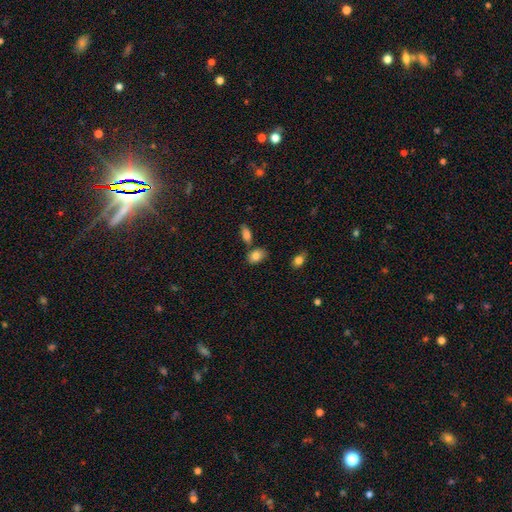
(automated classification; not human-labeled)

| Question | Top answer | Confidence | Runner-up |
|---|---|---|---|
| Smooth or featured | smooth | 83% | star or artifact (9%) |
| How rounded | in between | 80% | round (18%) |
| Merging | none | 69% | minor disturbance (14%) |